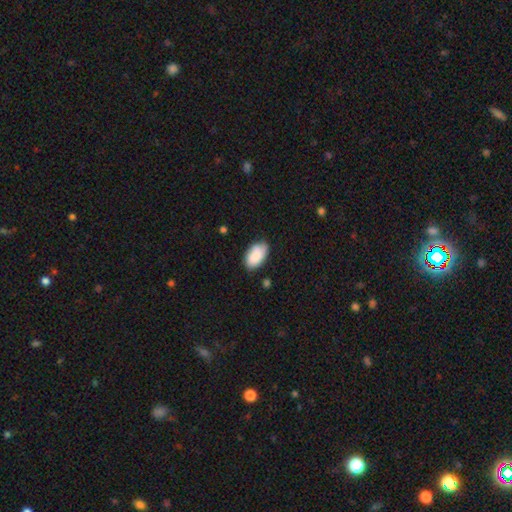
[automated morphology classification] smooth_or_featured: smooth (p=0.82) [alt: featured or disk p=0.12]
how_rounded: in between (p=0.94) [alt: round p=0.04]
merging: none (p=0.68) [alt: minor disturbance p=0.25]